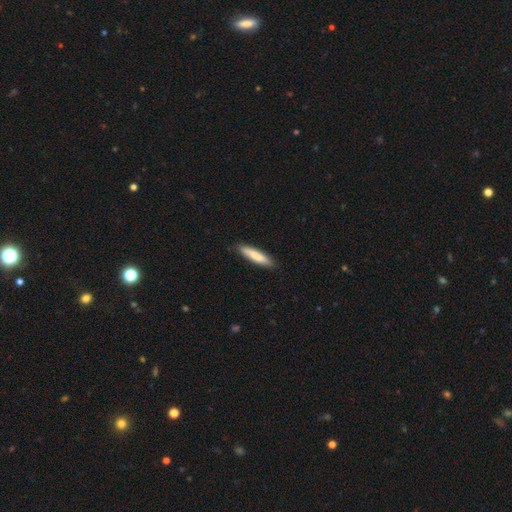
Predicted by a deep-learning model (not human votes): Smooth or featured? smooth (82%)
How rounded? cigar-shaped (83%)
Merging? none (87%)